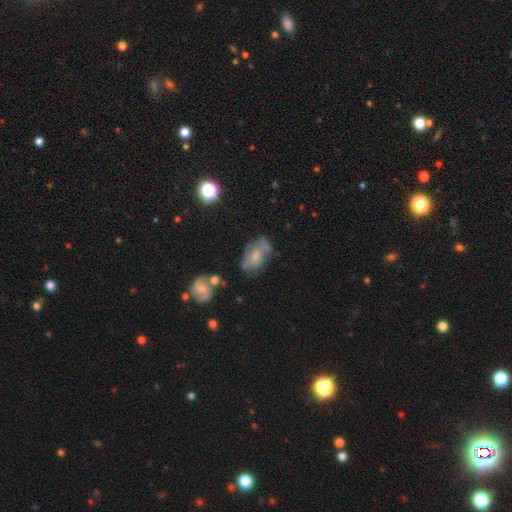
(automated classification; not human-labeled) Smooth or featured?
  - featured or disk: 48% *
  - smooth: 42%
  - star or artifact: 10%
Merging?
  - none: 52% *
  - minor disturbance: 26%
  - major disturbance: 13%
  - merger: 9%